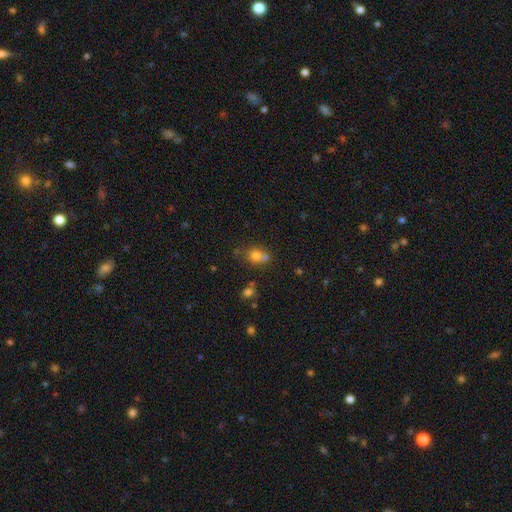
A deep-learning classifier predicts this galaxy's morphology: smooth_or_featured: smooth (p=0.73) [alt: star or artifact p=0.14]
how_rounded: round (p=0.67) [alt: in between p=0.32]
merging: none (p=0.44) [alt: merger p=0.39]